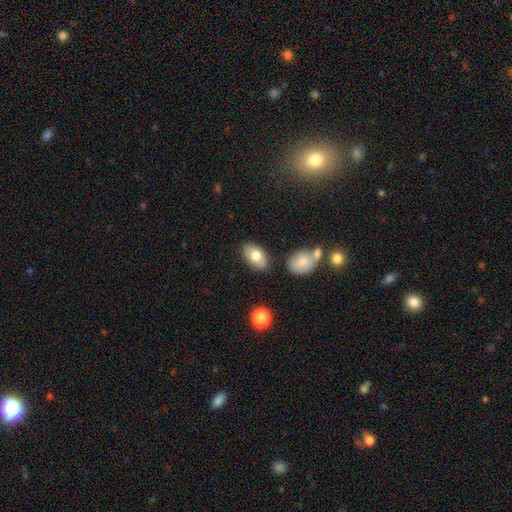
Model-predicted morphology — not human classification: smooth-or-featured: smooth: 73% | featured or disk: 20% | star or artifact: 7%
  how-rounded: in between: 91% | round: 8% | cigar-shaped: 1%
  merging: none: 77% | minor disturbance: 14% | merger: 6% | major disturbance: 3%